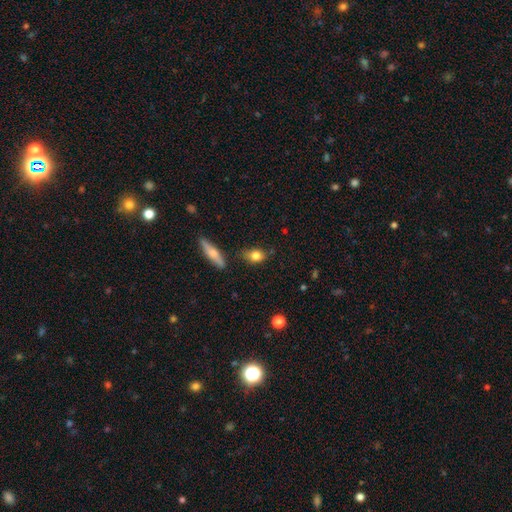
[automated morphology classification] Smooth or featured? smooth (79%)
How rounded? in between (64%)
Merging? none (72%)